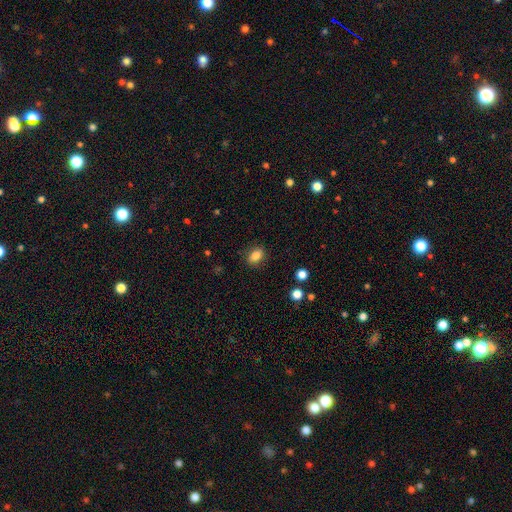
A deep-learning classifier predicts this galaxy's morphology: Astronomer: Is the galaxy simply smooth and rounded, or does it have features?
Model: smooth — 84%.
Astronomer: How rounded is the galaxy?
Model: in between — 74%.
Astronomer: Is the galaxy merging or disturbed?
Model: none — 87%.